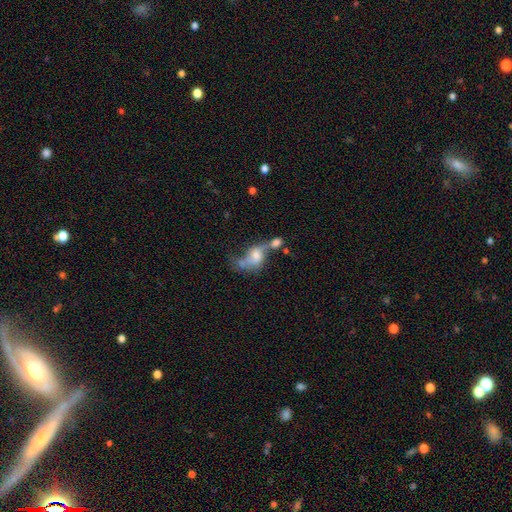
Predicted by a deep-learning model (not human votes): This appears to be a featured or disk galaxy (56%) with no bar (64%), spiral arms (63%) and a moderate central bulge (40%). Merging: merger (48%).